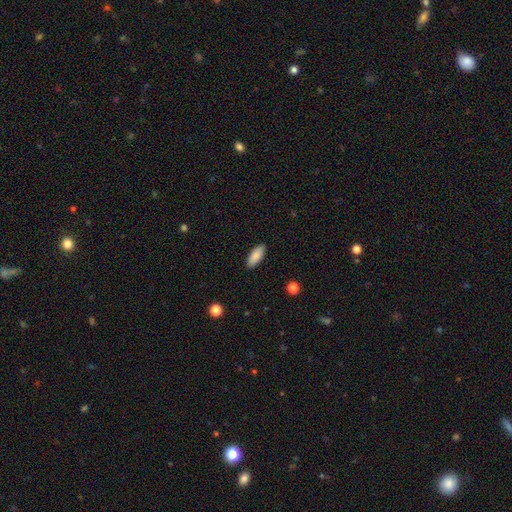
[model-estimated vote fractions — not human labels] smooth_or_featured: smooth (p=0.88) [alt: star or artifact p=0.06]
how_rounded: in between (p=0.80) [alt: cigar-shaped p=0.19]
merging: none (p=0.90) [alt: minor disturbance p=0.07]